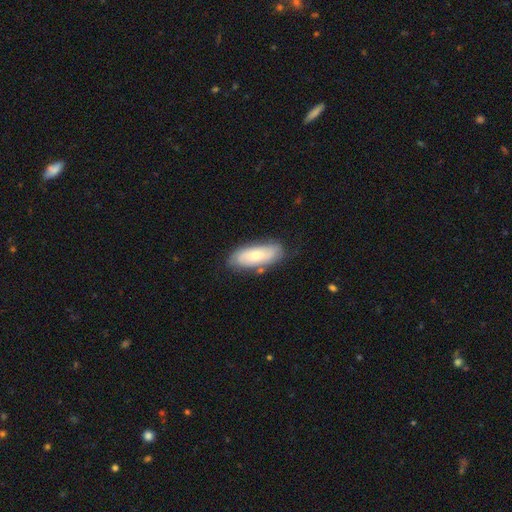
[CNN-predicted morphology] smooth_or_featured: smooth (p=0.57) [alt: featured or disk p=0.37]
how_rounded: in between (p=0.80) [alt: cigar-shaped p=0.18]
merging: none (p=0.73) [alt: minor disturbance p=0.18]